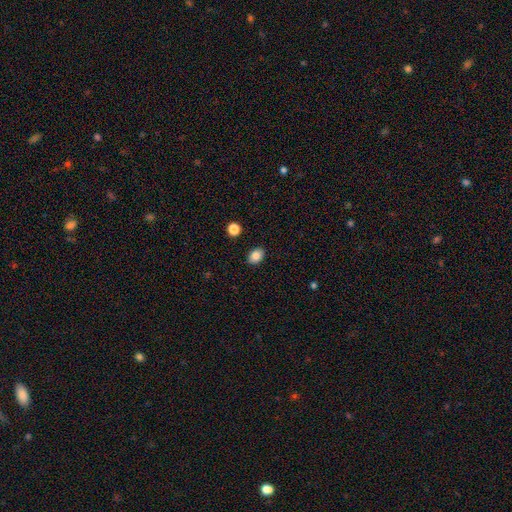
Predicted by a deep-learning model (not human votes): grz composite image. It shows a smooth galaxy with no disk features (85%) that is in between round and cigar-shaped (71%). Merging: none (88%).